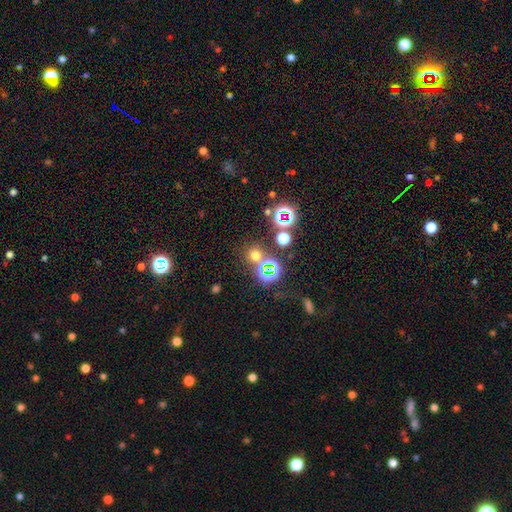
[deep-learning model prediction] This is possibly a smooth galaxy (57%). How rounded: clearly round (90%). Merging: likely none (73%).